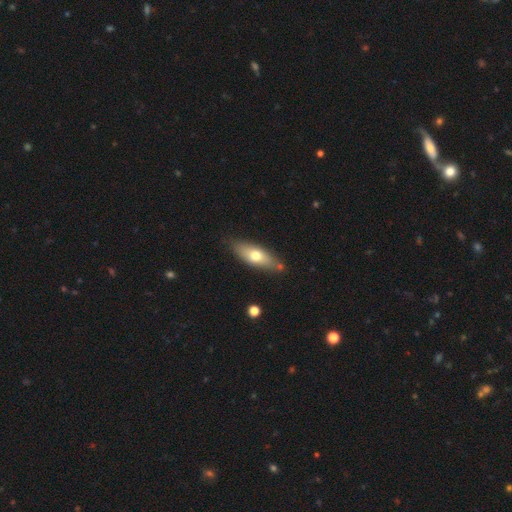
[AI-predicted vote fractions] This is likely a smooth galaxy (63%). How rounded: likely in between (61%). Merging: likely none (77%).